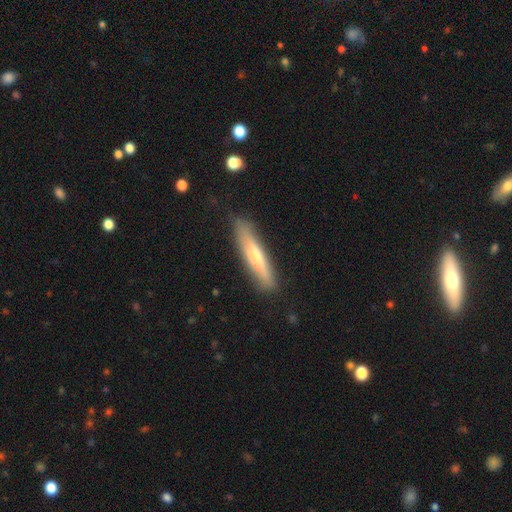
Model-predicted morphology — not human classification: This is possibly a smooth galaxy (53%). How rounded: clearly cigar-shaped (84%). Merging: clearly none (82%).